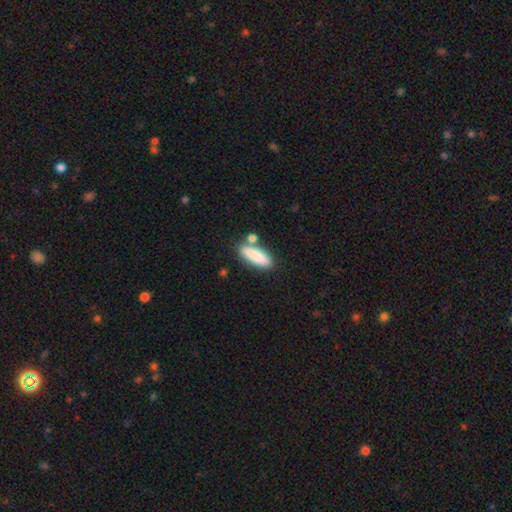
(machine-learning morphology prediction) A smooth galaxy with no disk features (85%) that is in between round and cigar-shaped (54%).

Vote fractions:
- Smooth or featured? smooth: 85% / featured or disk: 9% / star or artifact: 6%
- How rounded? in between: 54% / cigar-shaped: 44% / round: 2%
- Merging? none: 68% / merger: 16% / minor disturbance: 13% / major disturbance: 4%